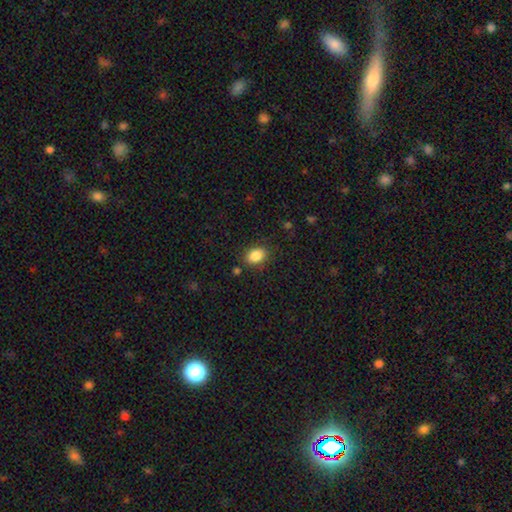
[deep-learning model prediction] smooth_or_featured: smooth (p=0.86) [alt: star or artifact p=0.09]
how_rounded: in between (p=0.69) [alt: round p=0.30]
merging: none (p=0.82) [alt: minor disturbance p=0.12]